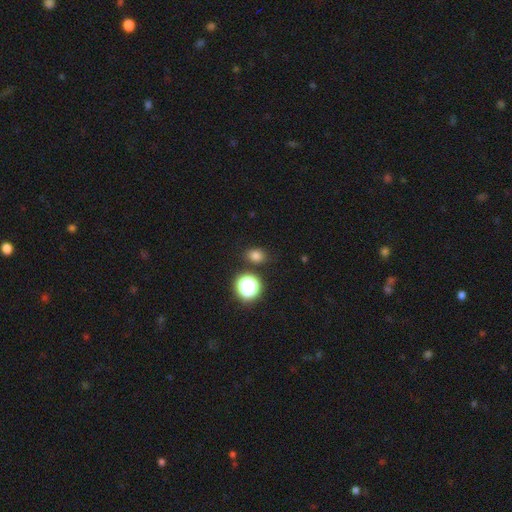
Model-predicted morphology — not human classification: A smooth galaxy with no disk features (76%) that is round (54%). Merging: none (84%).